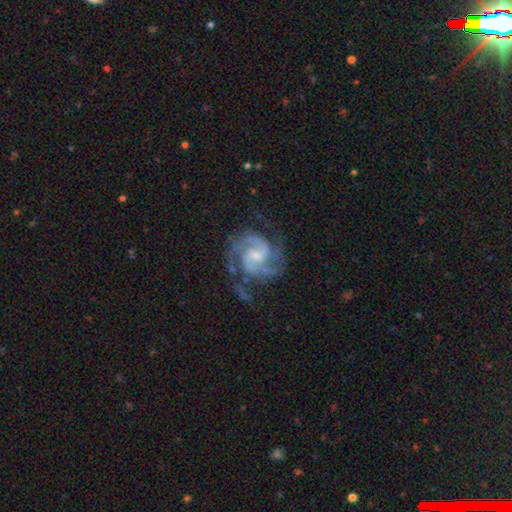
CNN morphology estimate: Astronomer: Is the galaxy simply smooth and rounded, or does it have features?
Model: featured or disk — 90%.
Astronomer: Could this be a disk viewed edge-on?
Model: no — 98%.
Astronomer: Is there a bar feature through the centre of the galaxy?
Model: weak — 49% (runner-up: no, 40%).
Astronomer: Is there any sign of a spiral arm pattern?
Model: yes — 98%.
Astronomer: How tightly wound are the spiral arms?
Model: medium — 52% (runner-up: tight, 38%).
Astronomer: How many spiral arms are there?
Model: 2 — 53%.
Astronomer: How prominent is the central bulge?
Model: small — 47% (runner-up: moderate, 35%).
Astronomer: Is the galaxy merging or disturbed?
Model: none — 64%.